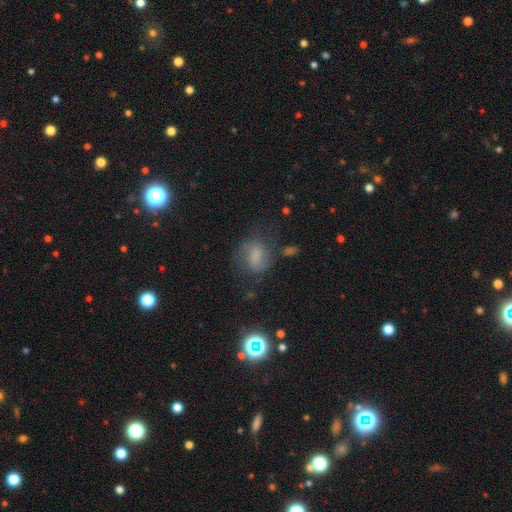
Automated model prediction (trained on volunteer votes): smooth 50%, featured or disk 32%, star or artifact 18%. Down the decision tree: merging — none (58%).